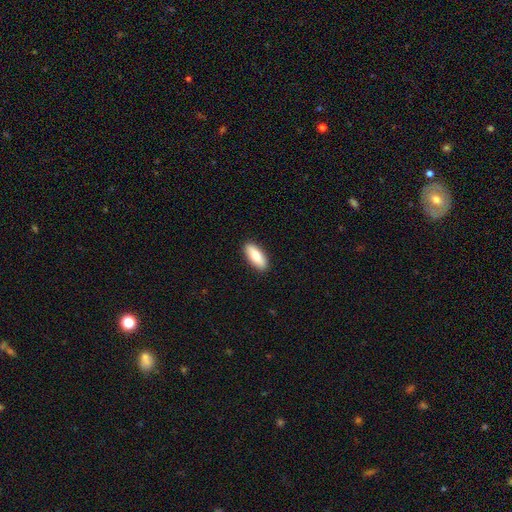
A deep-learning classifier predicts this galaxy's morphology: Smooth or featured?
  - smooth: 80% *
  - featured or disk: 15%
  - star or artifact: 6%
How rounded?
  - in between: 72% *
  - cigar-shaped: 26%
  - round: 2%
Merging?
  - none: 90% *
  - minor disturbance: 7%
  - major disturbance: 2%
  - merger: 1%